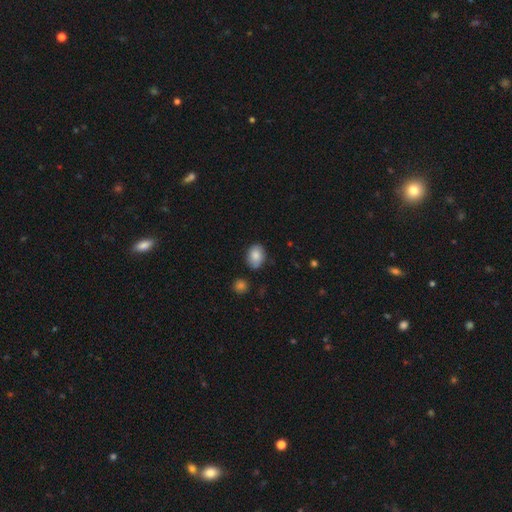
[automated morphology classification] Smooth or featured?
  - smooth: 84% *
  - featured or disk: 9%
  - star or artifact: 8%
How rounded?
  - in between: 70% *
  - round: 29%
  - cigar-shaped: 1%
Merging?
  - none: 75% *
  - minor disturbance: 18%
  - major disturbance: 3%
  - merger: 3%